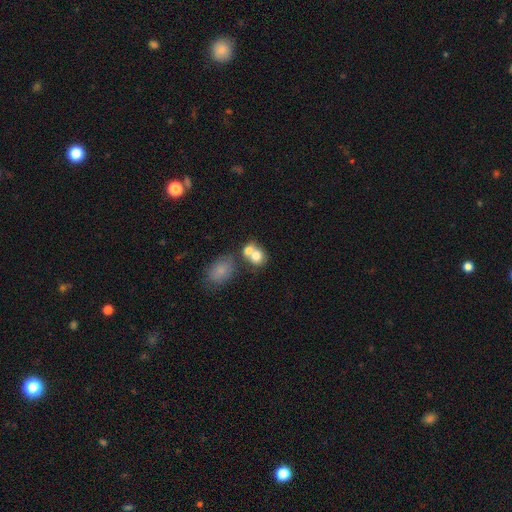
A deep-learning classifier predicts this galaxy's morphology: The model was most divided on "how rounded": round: 60%, in between: 39%, cigar-shaped: 1%. More confident: smooth or featured — smooth (75%); merging — merger (58%).